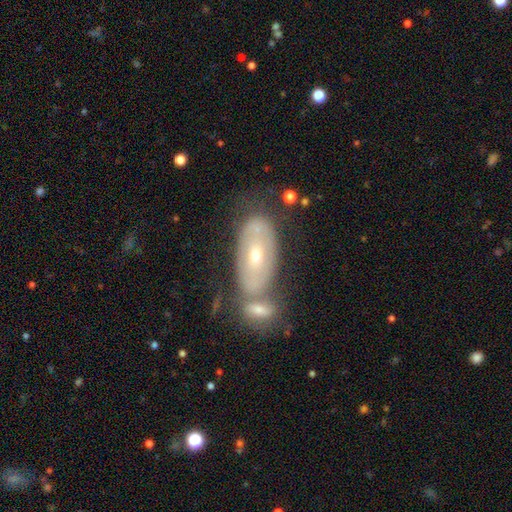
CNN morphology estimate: The model was most divided on "bulge size": moderate: 55%, small: 42%, large: 2%, dominant: 1%, none: 1%. More confident: edge-on disk — no (89%); bar — no (78%); smooth or featured — featured or disk (69%); spiral arms — yes (59%); merging — none (51%).